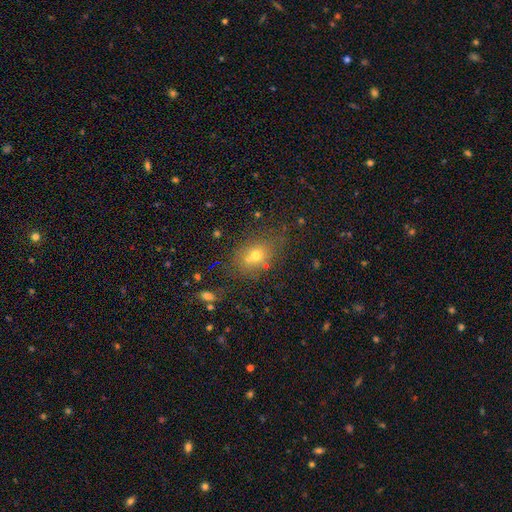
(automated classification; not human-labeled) This appears to be a smooth galaxy with no disk features (64%) that is in between round and cigar-shaped (61%). Merging: none (62%).